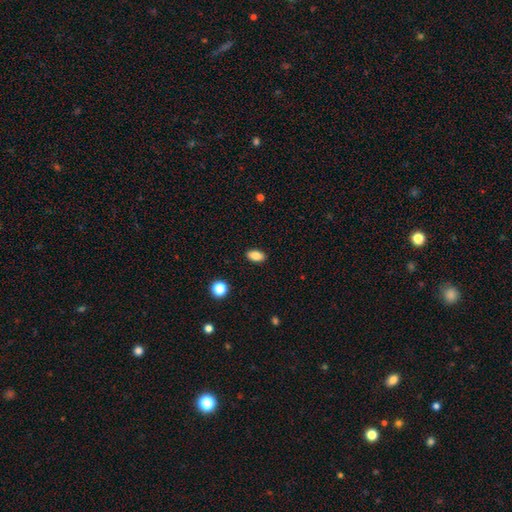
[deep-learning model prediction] Morphology: type=smooth (85%); roundness=in between (90%); merging=none (89%).